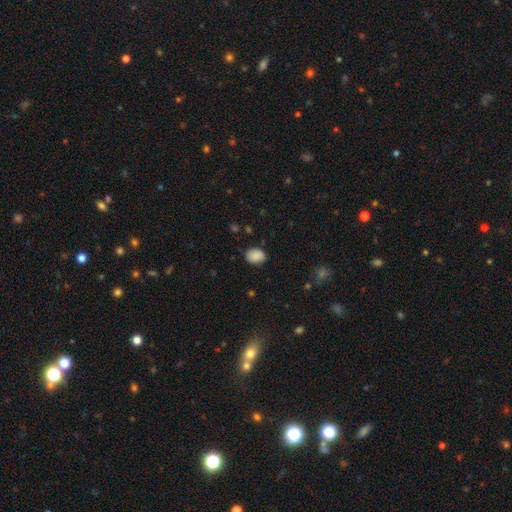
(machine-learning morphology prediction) The model was most divided on "how rounded": in between: 66%, round: 34%, cigar-shaped: 1%. More confident: smooth or featured — smooth (88%); merging — none (81%).